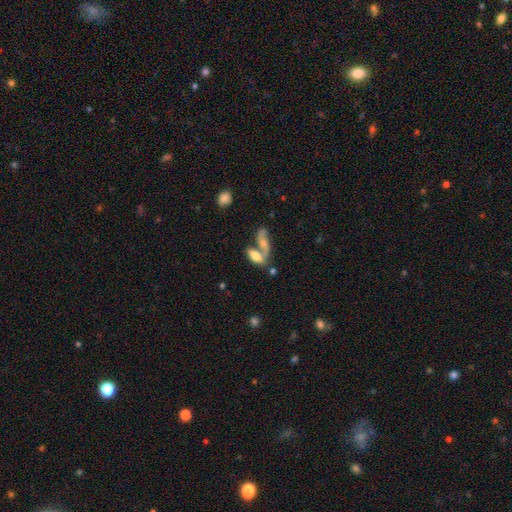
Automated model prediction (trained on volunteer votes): Smooth or featured? Predicted: smooth (p=0.63). How rounded? Predicted: in between (p=0.76). Merging? Predicted: merger (p=0.58).